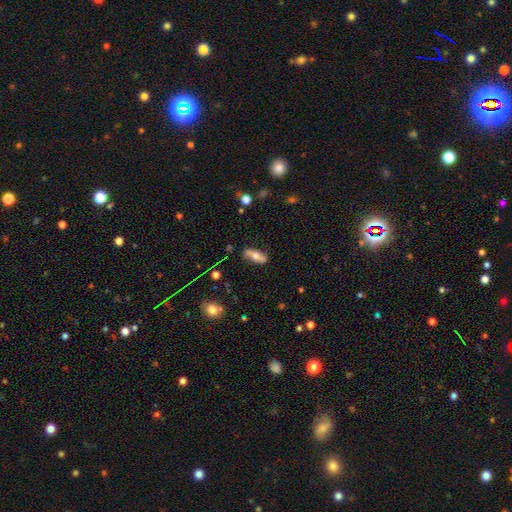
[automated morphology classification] type=smooth (51%); roundness=in between (64%); merging=none (80%).